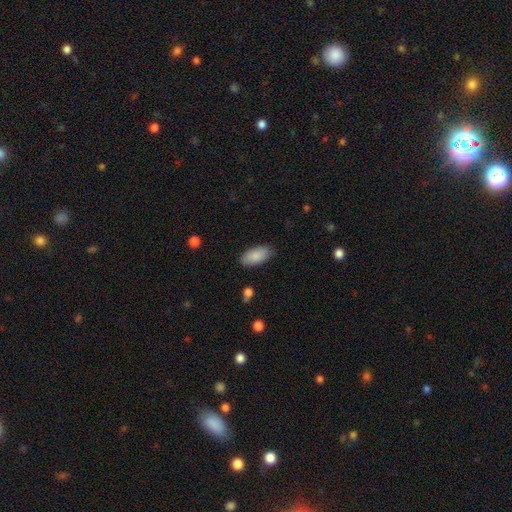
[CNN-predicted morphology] type=smooth (88%); roundness=in between (93%); merging=none (87%).